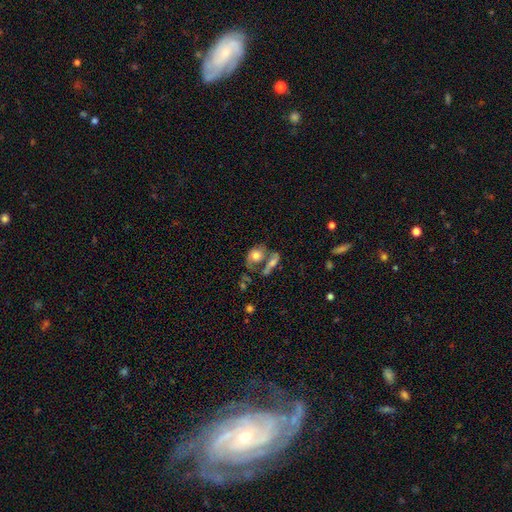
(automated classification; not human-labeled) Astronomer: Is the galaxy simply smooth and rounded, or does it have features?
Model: smooth — 57% (runner-up: featured or disk, 34%).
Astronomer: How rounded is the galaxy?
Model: in between — 62%.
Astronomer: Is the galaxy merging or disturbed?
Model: merger — 50%.